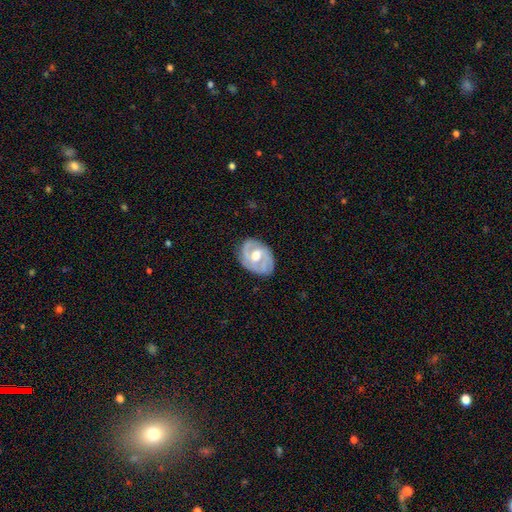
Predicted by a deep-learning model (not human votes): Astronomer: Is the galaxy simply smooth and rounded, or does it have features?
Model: featured or disk — 79%.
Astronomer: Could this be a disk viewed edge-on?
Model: no — 96%.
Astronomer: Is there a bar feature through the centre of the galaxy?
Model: no — 52% (runner-up: weak, 38%).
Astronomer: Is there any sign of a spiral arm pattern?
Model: yes — 89%.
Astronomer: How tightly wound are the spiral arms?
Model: tight — 47% (runner-up: medium, 40%).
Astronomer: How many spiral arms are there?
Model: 2 — 56%.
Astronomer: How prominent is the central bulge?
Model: moderate — 70%.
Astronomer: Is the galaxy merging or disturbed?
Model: none — 76%.